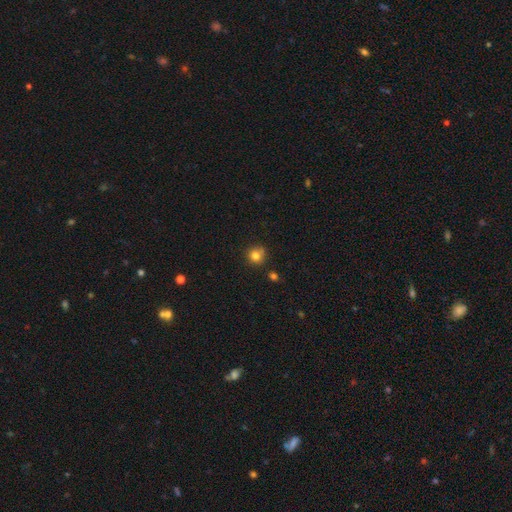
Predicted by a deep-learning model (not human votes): smooth_or_featured: smooth (p=0.81) [alt: star or artifact p=0.12]
how_rounded: round (p=0.91) [alt: in between p=0.08]
merging: none (p=0.75) [alt: minor disturbance p=0.15]